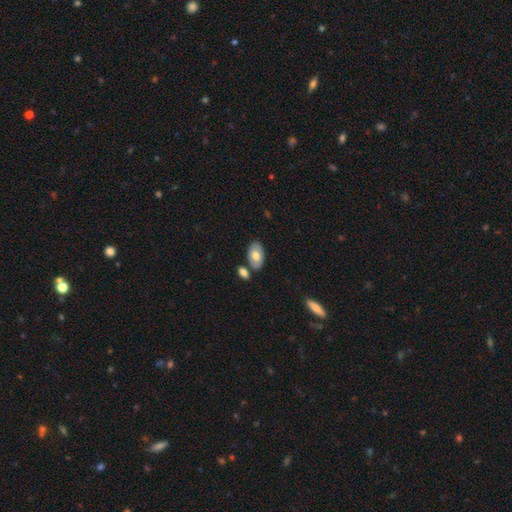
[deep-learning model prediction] Morphology: type=smooth (67%); roundness=in between (93%); merging=none (71%).